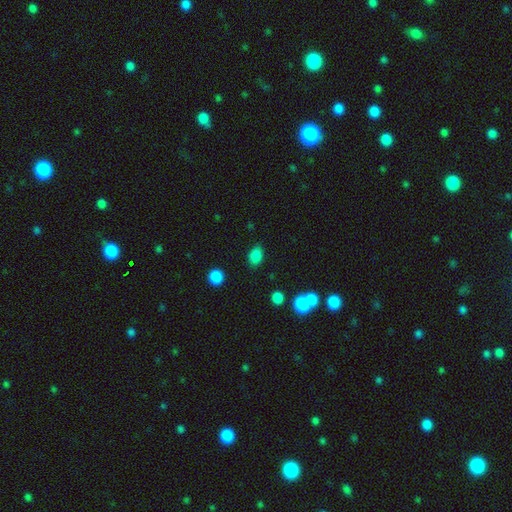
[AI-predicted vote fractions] Smooth or featured: smooth — 84% (star or artifact — 10%)
How rounded: in between — 79% (round — 19%)
Merging: none — 80% (minor disturbance — 13%)